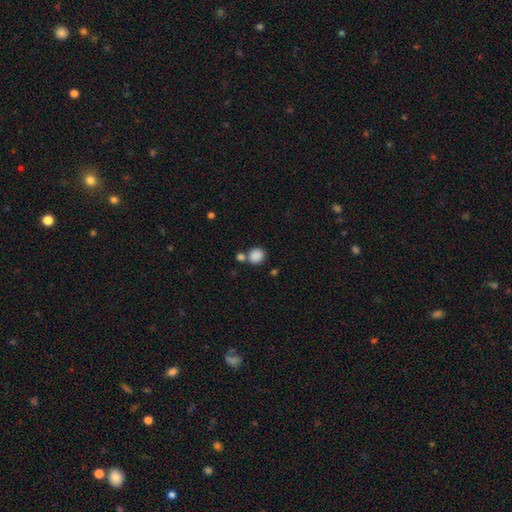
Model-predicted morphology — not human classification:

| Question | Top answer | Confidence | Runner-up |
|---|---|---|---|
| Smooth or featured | smooth | 87% | star or artifact (9%) |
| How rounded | round | 80% | in between (19%) |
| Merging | none | 61% | merger (25%) |